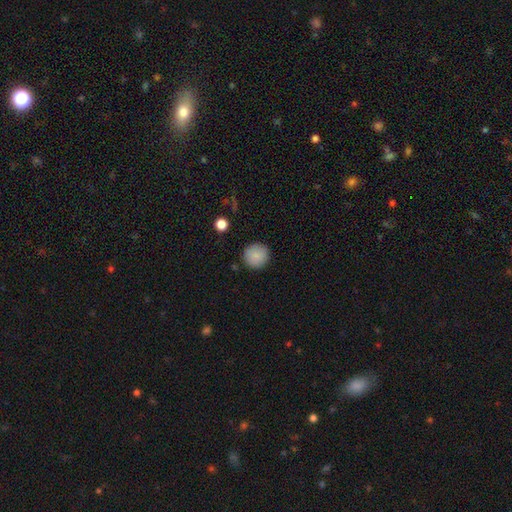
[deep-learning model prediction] This is clearly a smooth galaxy (88%). How rounded: clearly round (95%). Merging: clearly none (90%).